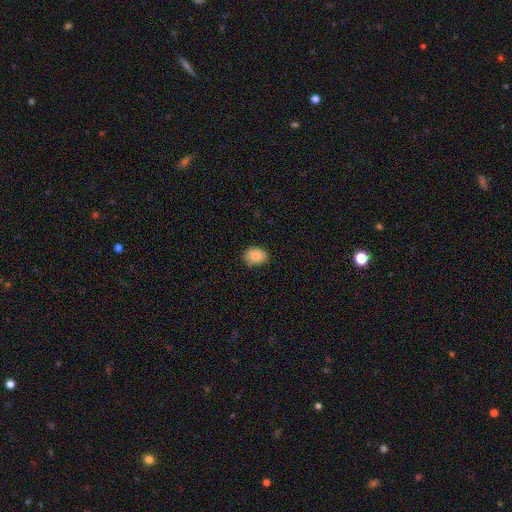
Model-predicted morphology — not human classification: smooth 88%, star or artifact 8%, featured or disk 5%. Down the decision tree: how rounded — in between (64%); merging — none (81%).